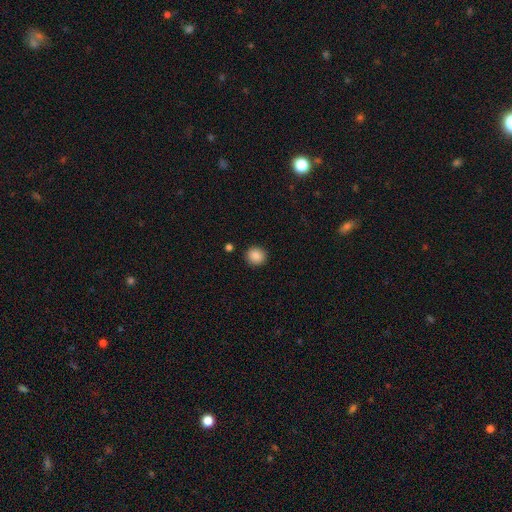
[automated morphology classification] A smooth galaxy with no disk features (87%) that is round (90%).

Vote fractions:
- Smooth or featured? smooth: 87% / star or artifact: 9% / featured or disk: 4%
- How rounded? round: 90% / in between: 10% / cigar-shaped: 1%
- Merging? none: 91% / minor disturbance: 6% / major disturbance: 2% / merger: 2%